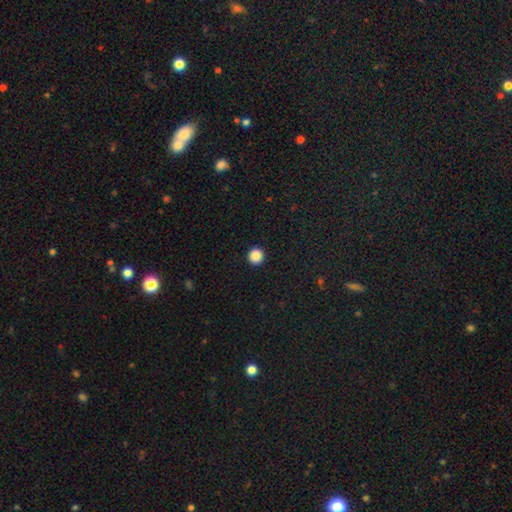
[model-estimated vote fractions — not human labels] Smooth or featured?
  - smooth: 87% *
  - star or artifact: 10%
  - featured or disk: 3%
How rounded?
  - round: 95% *
  - in between: 4%
  - cigar-shaped: 1%
Merging?
  - none: 93% *
  - minor disturbance: 4%
  - major disturbance: 2%
  - merger: 1%